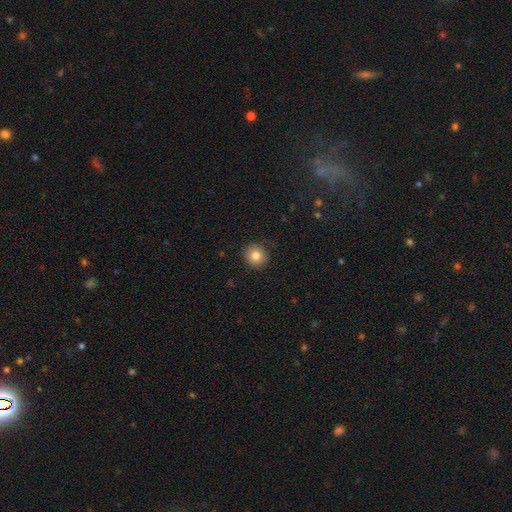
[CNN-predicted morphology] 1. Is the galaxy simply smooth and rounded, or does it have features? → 81% smooth, 10% star or artifact, 9% featured or disk.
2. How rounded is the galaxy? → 89% round, 10% in between, 1% cigar-shaped.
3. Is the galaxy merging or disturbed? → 88% none, 9% minor disturbance, 2% major disturbance, 1% merger.